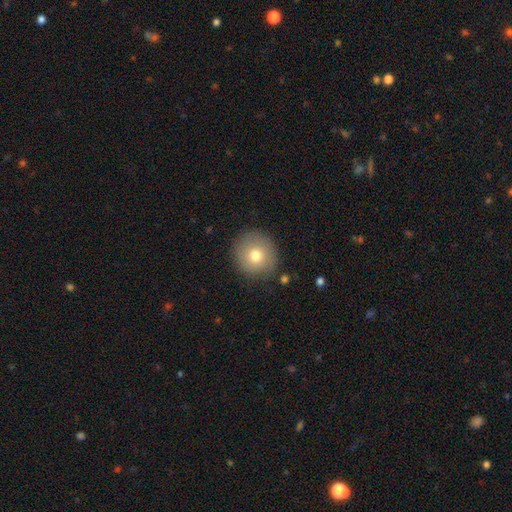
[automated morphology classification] Smooth or featured?
  - smooth: 75% *
  - featured or disk: 16%
  - star or artifact: 10%
How rounded?
  - round: 91% *
  - in between: 8%
  - cigar-shaped: 1%
Merging?
  - none: 85% *
  - minor disturbance: 10%
  - major disturbance: 3%
  - merger: 2%